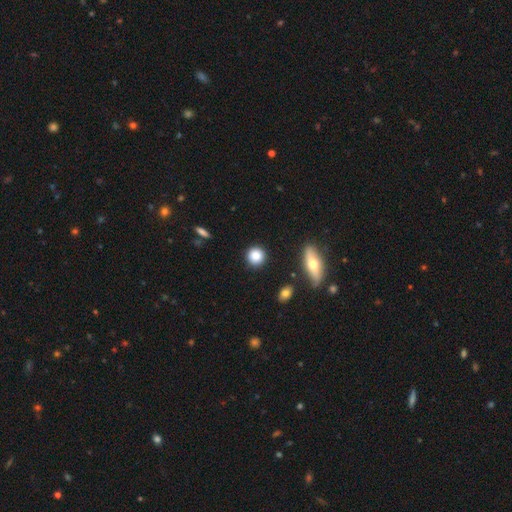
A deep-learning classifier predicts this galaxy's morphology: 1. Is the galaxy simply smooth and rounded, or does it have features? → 86% smooth, 8% star or artifact, 6% featured or disk.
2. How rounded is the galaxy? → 91% round, 7% in between, 2% cigar-shaped.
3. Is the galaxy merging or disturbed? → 89% none, 7% minor disturbance, 2% major disturbance, 2% merger.